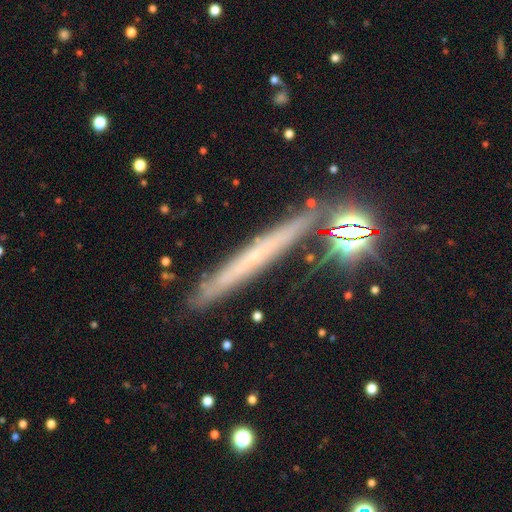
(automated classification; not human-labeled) Overall: featured or disk (55%; smooth 28%). Edge-on disk: yes (89%). Merging: none (85%).